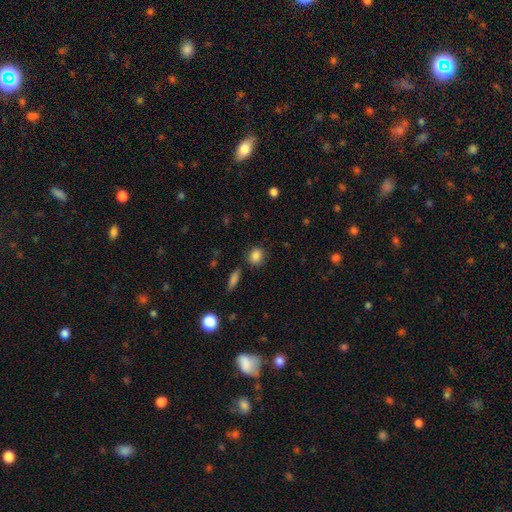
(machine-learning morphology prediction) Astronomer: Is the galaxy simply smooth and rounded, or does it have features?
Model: smooth — 86%.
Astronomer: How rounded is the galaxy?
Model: round — 66%.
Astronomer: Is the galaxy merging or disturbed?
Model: none — 81%.